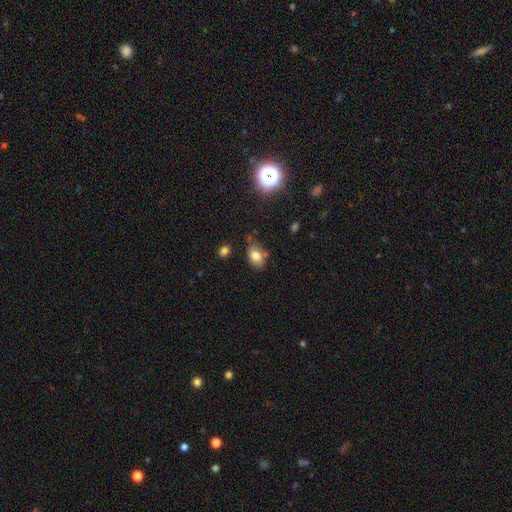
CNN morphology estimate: Smooth or featured?
  - smooth: 77% *
  - star or artifact: 12%
  - featured or disk: 11%
How rounded?
  - in between: 81% *
  - round: 18%
  - cigar-shaped: 2%
Merging?
  - none: 63% *
  - minor disturbance: 25%
  - merger: 6%
  - major disturbance: 6%